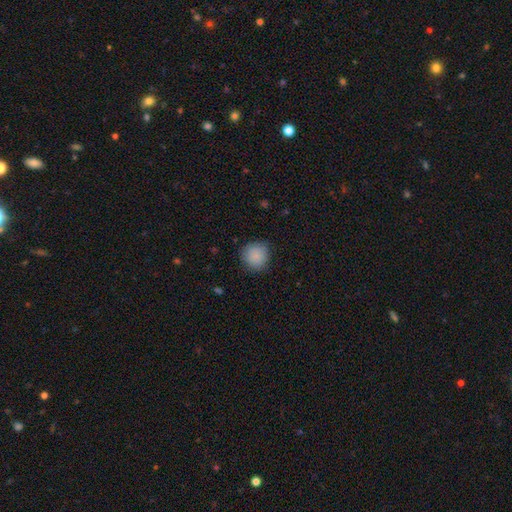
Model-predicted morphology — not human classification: Smooth or featured: smooth — 88% (star or artifact — 8%)
How rounded: round — 90% (in between — 9%)
Merging: none — 84% (minor disturbance — 12%)